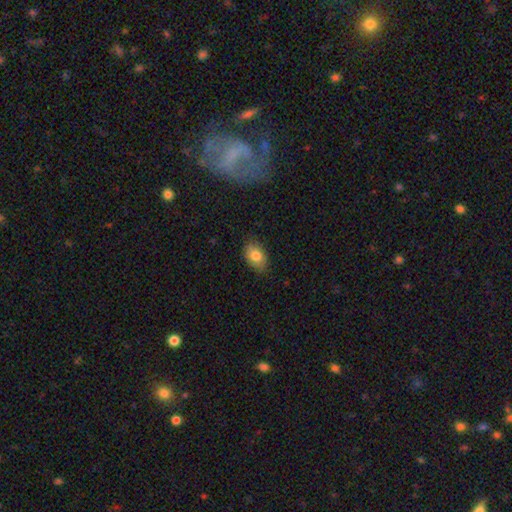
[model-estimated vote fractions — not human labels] smooth 81%, featured or disk 10%, star or artifact 8%. Down the decision tree: how rounded — in between (83%); merging — none (82%).